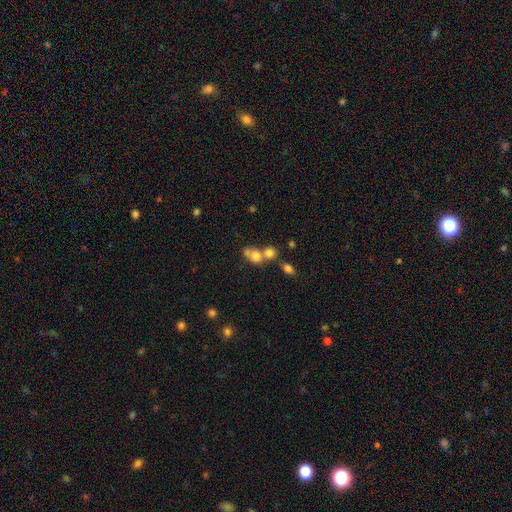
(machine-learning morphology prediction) Smooth or featured? smooth (73%)
How rounded? in between (53%)
Merging? merger (57%)